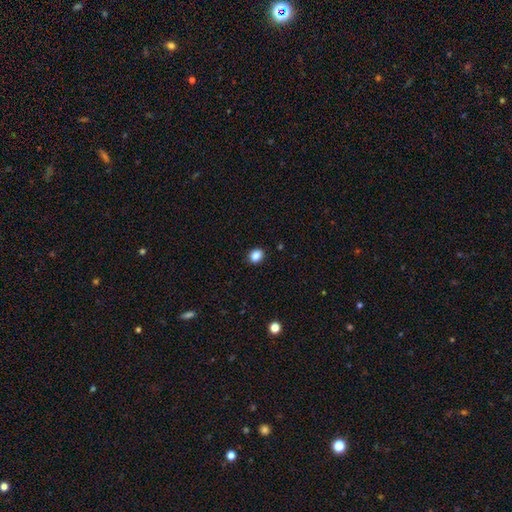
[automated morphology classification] Overall: smooth (86%). How rounded: round (61%; in between 38%). Merging: none (90%).